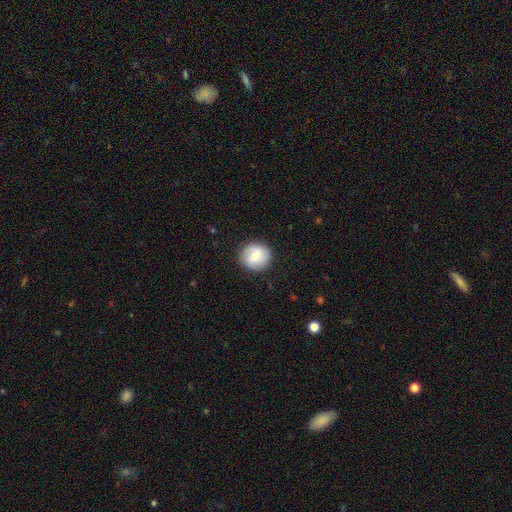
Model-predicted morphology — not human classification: Smooth or featured? Predicted: smooth (p=0.59). How rounded? Predicted: round (p=0.92). Merging? Predicted: none (p=0.86).